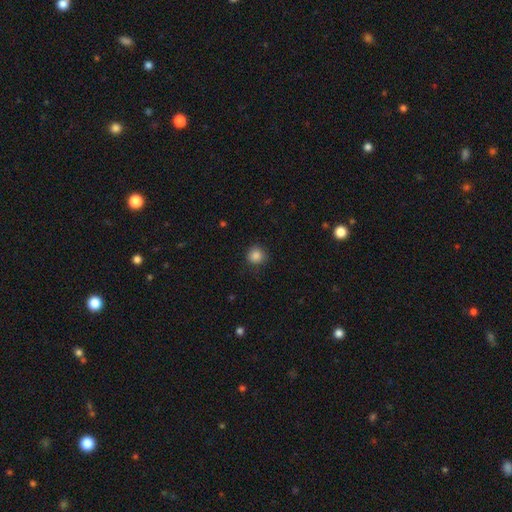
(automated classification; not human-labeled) Q: Smooth or featured?
A: smooth (86%); runner-up: star or artifact (11%)
Q: How rounded?
A: round (92%); runner-up: in between (7%)
Q: Merging?
A: none (86%); runner-up: minor disturbance (10%)